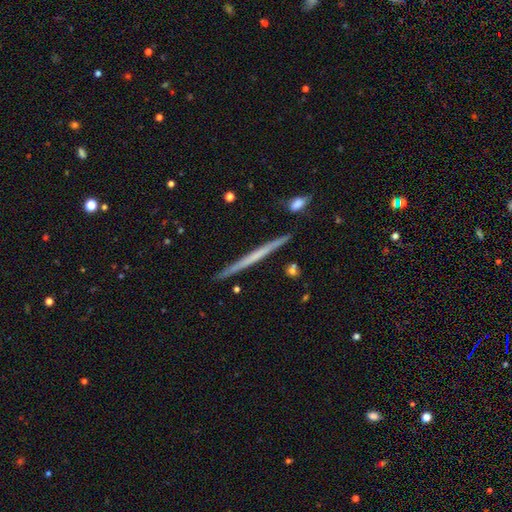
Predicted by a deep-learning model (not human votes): Q: Smooth or featured?
A: featured or disk (56%); runner-up: smooth (38%)
Q: Edge-on disk?
A: yes (98%); runner-up: no (2%)
Q: Edge-on bulge?
A: none (88%); runner-up: rounded (8%)
Q: Merging?
A: none (91%); runner-up: minor disturbance (7%)